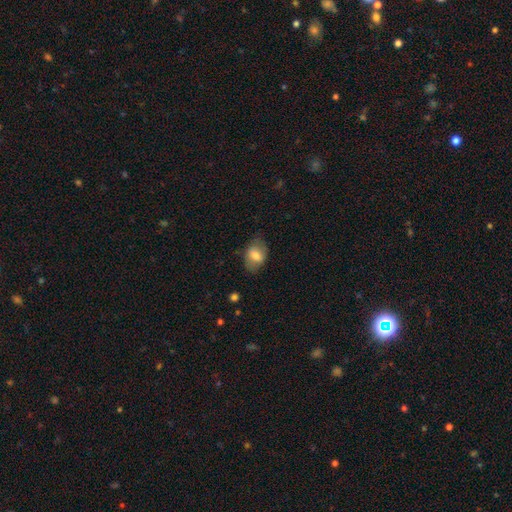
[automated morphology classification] A smooth galaxy with no disk features (67%) that is in between round and cigar-shaped (77%). Merging: none (68%).